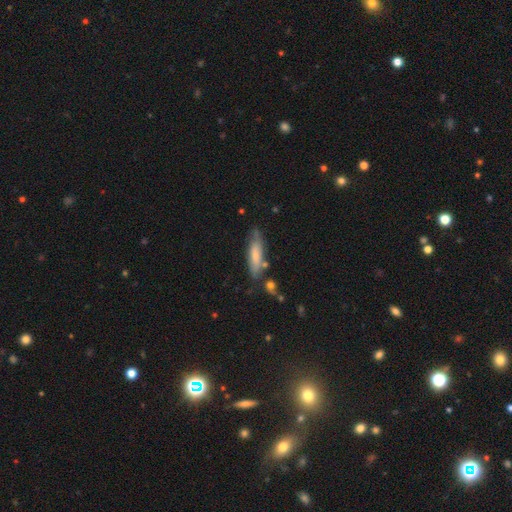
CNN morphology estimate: A smooth galaxy with no disk features (67%) that is cigar-shaped (66%).

Vote fractions:
- Smooth or featured? smooth: 67% / featured or disk: 27% / star or artifact: 6%
- How rounded? cigar-shaped: 66% / in between: 33% / round: 2%
- Merging? none: 68% / minor disturbance: 21% / merger: 6% / major disturbance: 5%